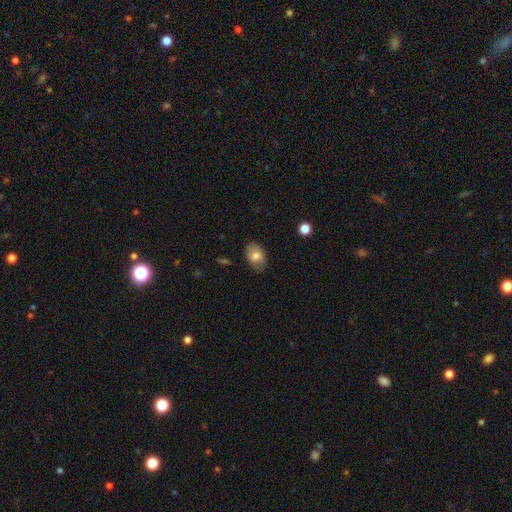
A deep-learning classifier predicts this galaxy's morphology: Smooth or featured?
  - smooth: 77% *
  - featured or disk: 15%
  - star or artifact: 8%
How rounded?
  - in between: 84% *
  - round: 15%
  - cigar-shaped: 1%
Merging?
  - none: 80% *
  - minor disturbance: 15%
  - major disturbance: 3%
  - merger: 1%